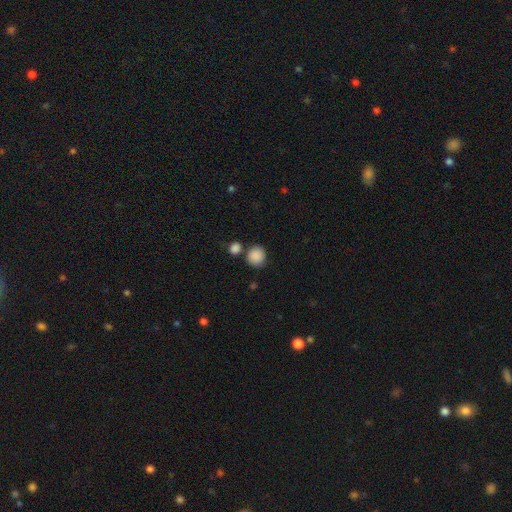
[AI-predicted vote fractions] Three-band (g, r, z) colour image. It shows a smooth galaxy with no disk features (88%) that is round (87%). Merging: none (70%).